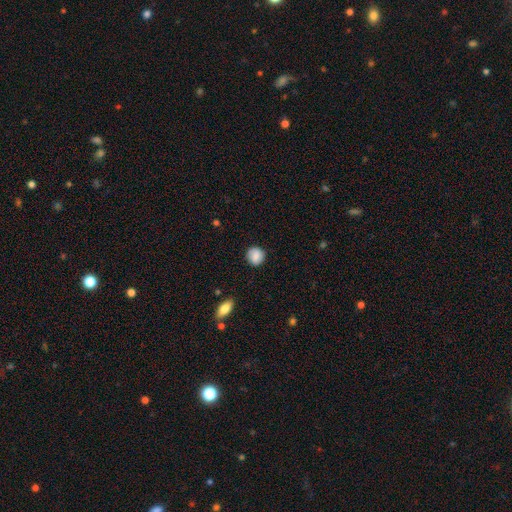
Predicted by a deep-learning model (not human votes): Smooth or featured? smooth (81%)
How rounded? round (86%)
Merging? none (84%)